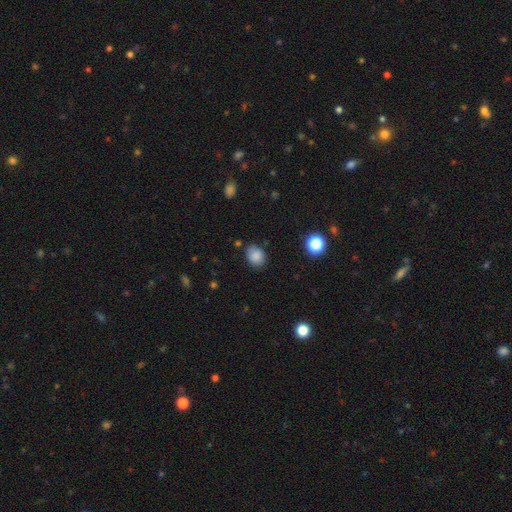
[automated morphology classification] smooth-or-featured: smooth: 84% | star or artifact: 10% | featured or disk: 6%
  how-rounded: in between: 57% | round: 42% | cigar-shaped: 1%
  merging: none: 77% | minor disturbance: 17% | major disturbance: 3% | merger: 2%